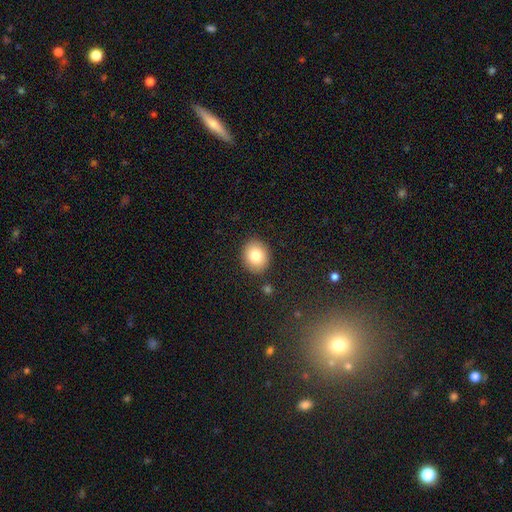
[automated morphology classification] Smooth or featured?
  - smooth: 82% *
  - featured or disk: 10%
  - star or artifact: 9%
How rounded?
  - round: 61% *
  - in between: 38%
  - cigar-shaped: 1%
Merging?
  - none: 87% *
  - minor disturbance: 8%
  - major disturbance: 2%
  - merger: 2%